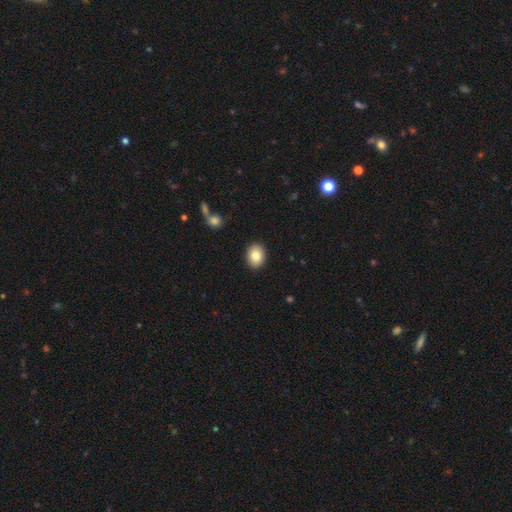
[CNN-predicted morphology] Smooth or featured?
  - smooth: 84% *
  - featured or disk: 9%
  - star or artifact: 8%
How rounded?
  - in between: 57% *
  - round: 42%
  - cigar-shaped: 1%
Merging?
  - none: 91% *
  - minor disturbance: 6%
  - major disturbance: 2%
  - merger: 1%